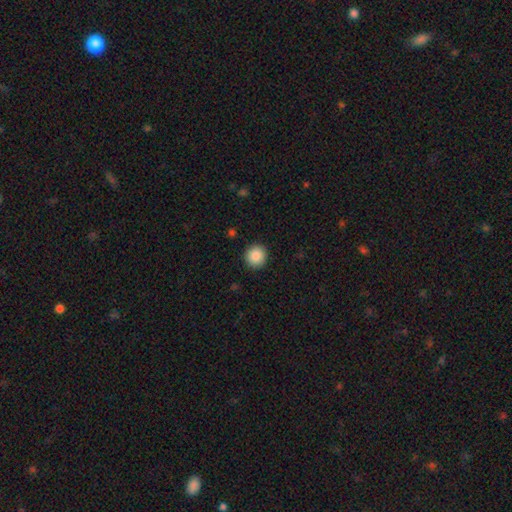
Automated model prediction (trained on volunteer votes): Overall: smooth (87%). How rounded: round (93%). Merging: none (92%).